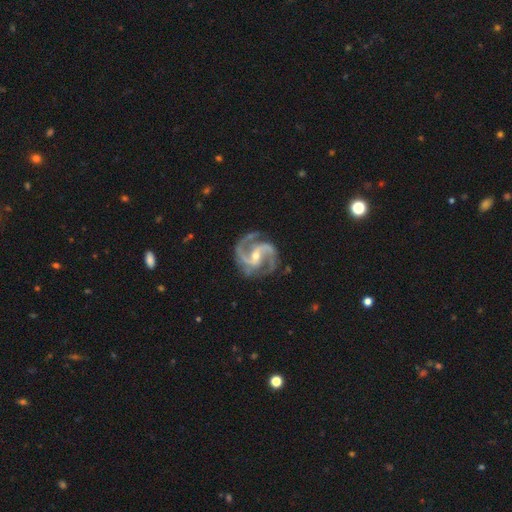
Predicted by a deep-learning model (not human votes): This is clearly a featured or disk galaxy (94%). It is clearly not viewed edge-on (98%). Bar: marginally weak (42%). Spiral arm pattern: clearly yes (99%). Spiral arm count: likely 2 (77%). Spiral winding: likely medium (65%). Central bulge: possibly small (50%). Merging: likely none (78%).